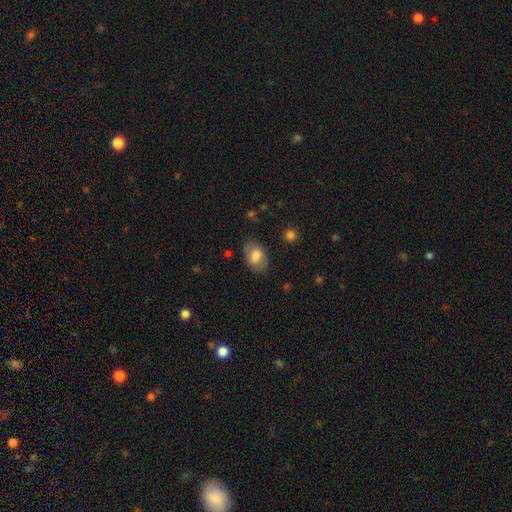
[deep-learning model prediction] Morphology: type=smooth (68%); roundness=in between (87%); merging=none (76%).